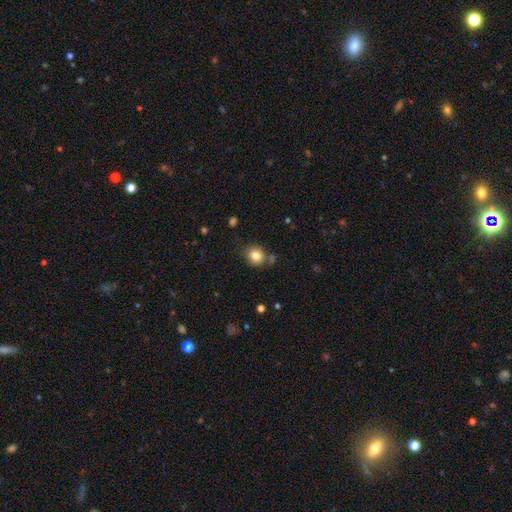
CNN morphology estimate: Smooth or featured? smooth (83%)
How rounded? round (69%)
Merging? none (72%)